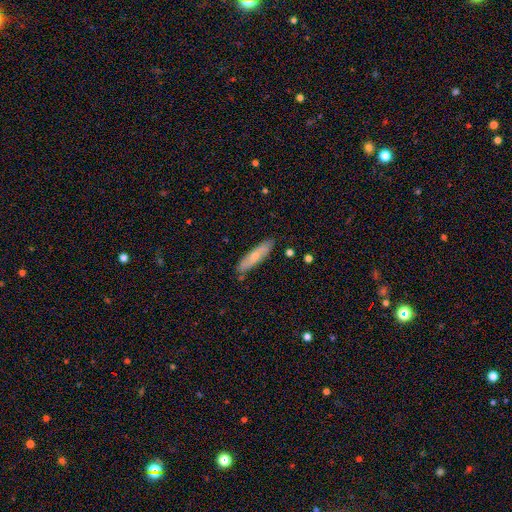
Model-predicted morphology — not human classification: Overall: smooth (60%; featured or disk 35%). How rounded: cigar-shaped (72%). Merging: none (83%).